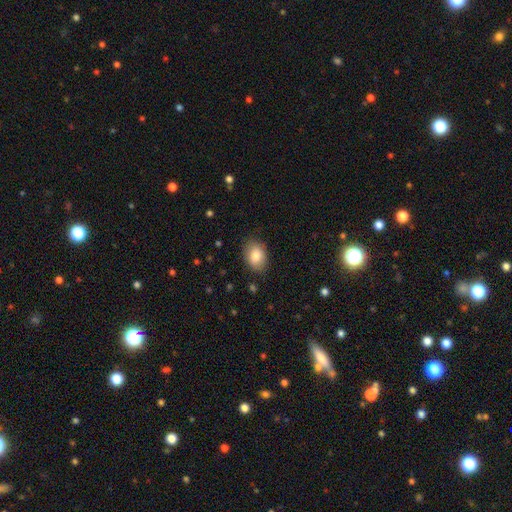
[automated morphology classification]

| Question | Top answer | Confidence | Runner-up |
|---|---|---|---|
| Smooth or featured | smooth | 83% | featured or disk (9%) |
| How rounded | in between | 77% | round (22%) |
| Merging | none | 84% | minor disturbance (12%) |